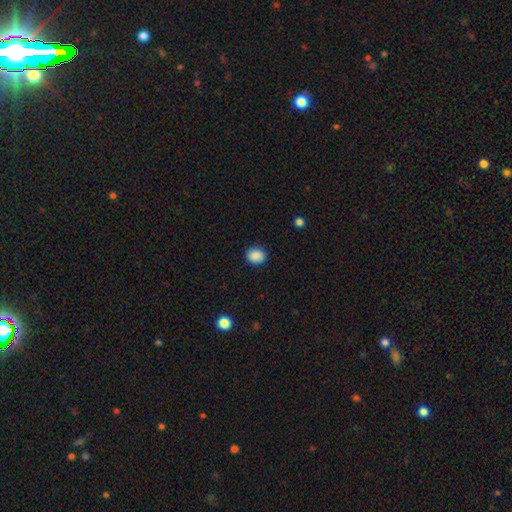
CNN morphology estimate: This appears to be a smooth galaxy with no disk features (88%) that is round (61%). Merging: none (87%).